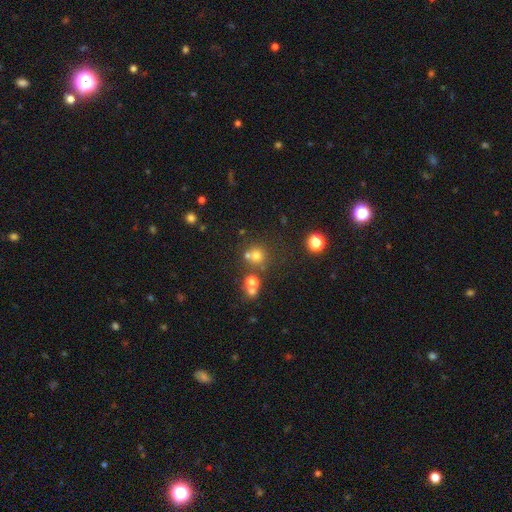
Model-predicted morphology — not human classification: smooth-or-featured: smooth: 67% | star or artifact: 22% | featured or disk: 12%
  how-rounded: round: 90% | in between: 9% | cigar-shaped: 1%
  merging: none: 63% | merger: 24% | minor disturbance: 9% | major disturbance: 4%